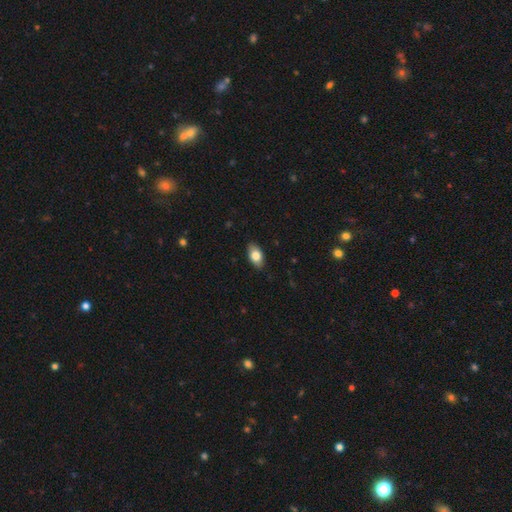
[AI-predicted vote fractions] Smooth or featured? Predicted: smooth (p=0.79). How rounded? Predicted: in between (p=0.91). Merging? Predicted: none (p=0.87).